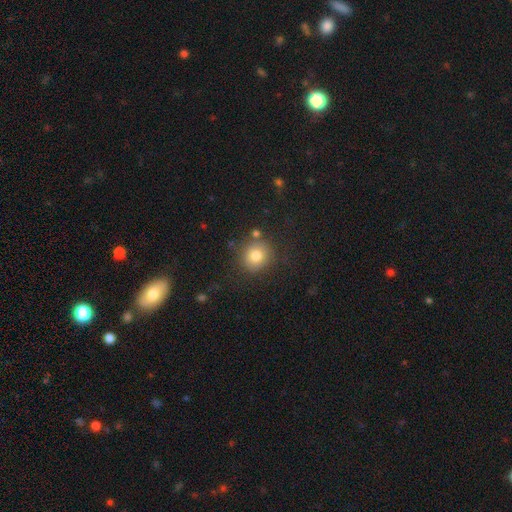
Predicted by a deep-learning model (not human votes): A smooth galaxy with no disk features (80%) that is round (87%).

Vote fractions:
- Smooth or featured? smooth: 80% / star or artifact: 11% / featured or disk: 9%
- How rounded? round: 87% / in between: 12% / cigar-shaped: 1%
- Merging? none: 80% / minor disturbance: 11% / merger: 4% / major disturbance: 4%